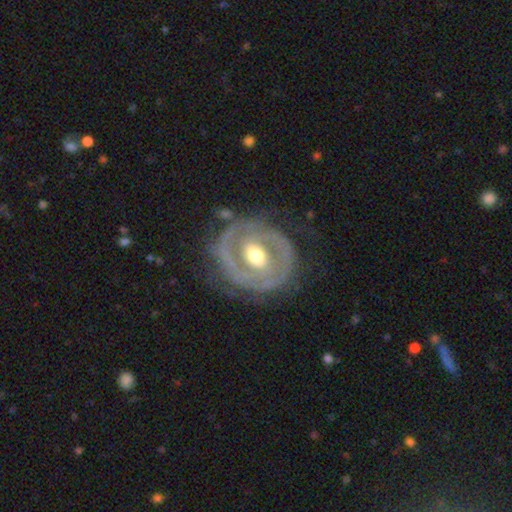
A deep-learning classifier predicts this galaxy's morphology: Smooth or featured? featured or disk (82%)
Edge-on disk? no (97%)
Bar? no (46%)
Spiral arms? yes (74%)
Spiral winding? tight (64%)
Spiral arm count? 2 (47%)
Bulge size? moderate (72%)
Merging? none (69%)